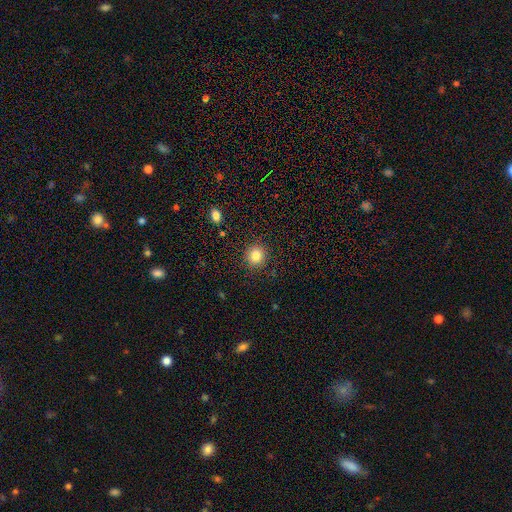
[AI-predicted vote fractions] smooth 82%, star or artifact 11%, featured or disk 7%. Down the decision tree: how rounded — round (90%); merging — none (90%).